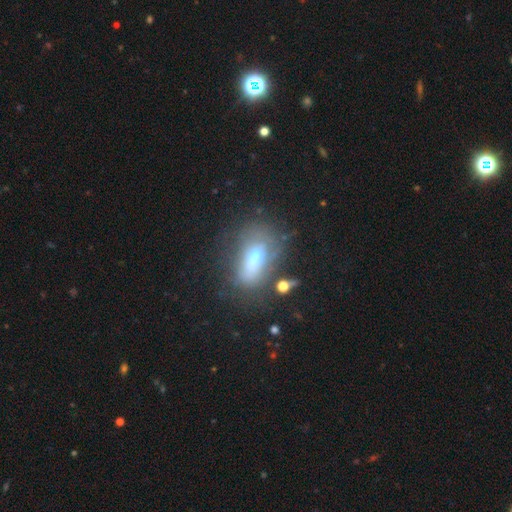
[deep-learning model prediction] smooth-or-featured: smooth: 48% | featured or disk: 40% | star or artifact: 13%
  merging: none: 52% | minor disturbance: 24% | major disturbance: 17% | merger: 7%